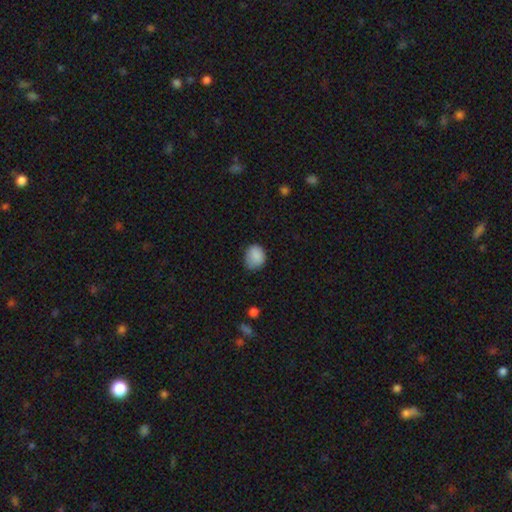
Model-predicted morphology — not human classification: Smooth or featured? Predicted: smooth (p=0.87). How rounded? Predicted: round (p=0.57). Merging? Predicted: none (p=0.68).